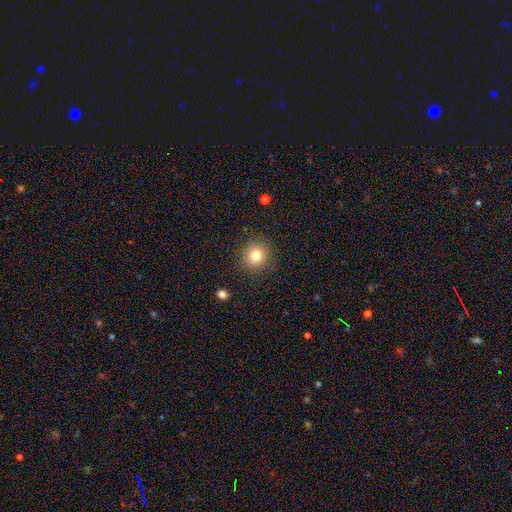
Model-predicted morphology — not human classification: This appears to be a smooth galaxy with no disk features (79%) that is round (87%). Merging: none (88%).